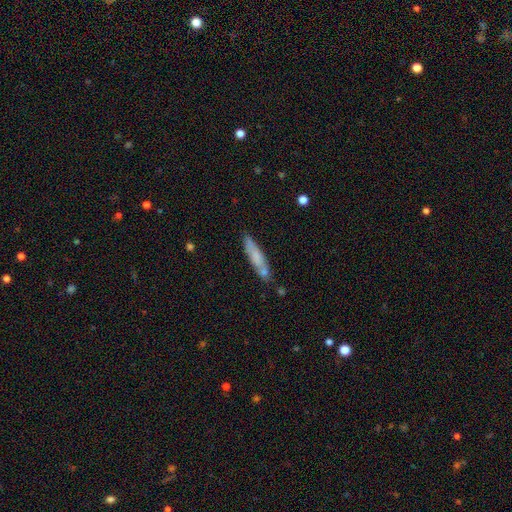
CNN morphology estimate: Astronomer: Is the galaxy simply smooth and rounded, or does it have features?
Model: smooth — 70%.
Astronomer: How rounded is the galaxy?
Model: cigar-shaped — 85%.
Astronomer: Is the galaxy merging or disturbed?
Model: none — 70%.